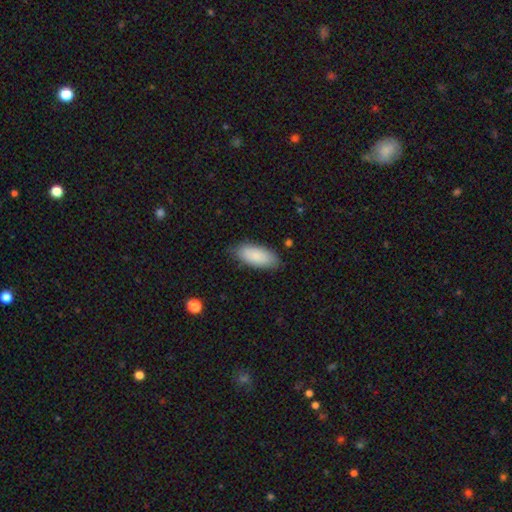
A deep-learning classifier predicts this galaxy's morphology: smooth 88%, featured or disk 6%, star or artifact 6%. Down the decision tree: how rounded — in between (88%); merging — none (82%).